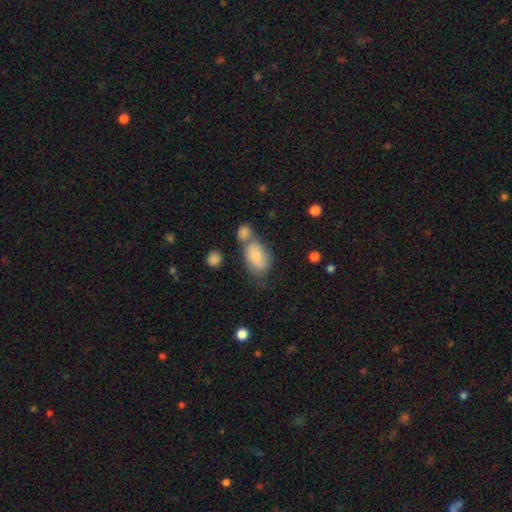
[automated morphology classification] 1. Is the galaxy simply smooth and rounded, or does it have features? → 76% smooth, 17% featured or disk, 7% star or artifact.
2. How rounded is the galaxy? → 88% in between, 10% round, 2% cigar-shaped.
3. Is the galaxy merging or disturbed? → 42% merger, 33% none, 17% minor disturbance, 8% major disturbance.